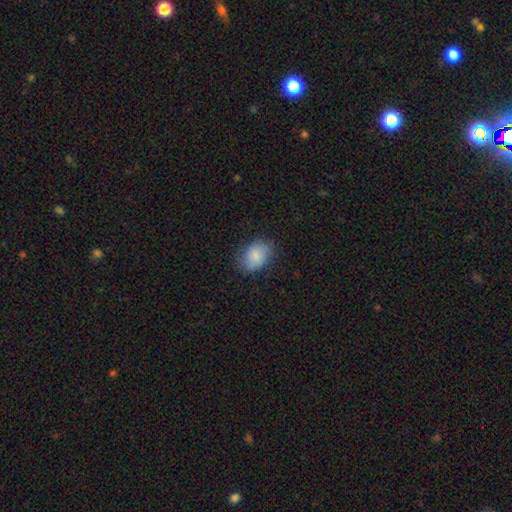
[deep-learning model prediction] Smooth or featured? Predicted: smooth (p=0.84). How rounded? Predicted: in between (p=0.79). Merging? Predicted: none (p=0.76).